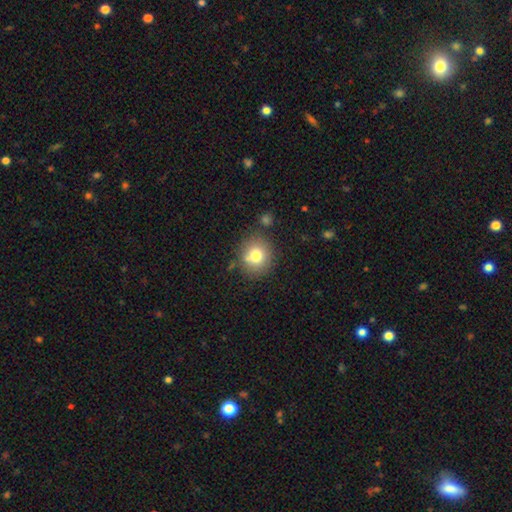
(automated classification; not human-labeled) smooth 77%, featured or disk 12%, star or artifact 11%. Down the decision tree: how rounded — round (84%); merging — none (77%).